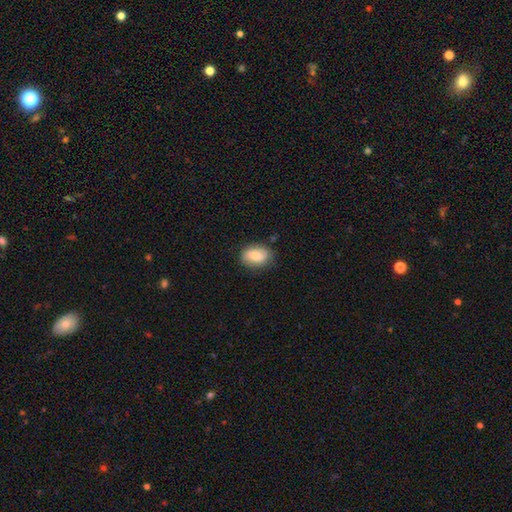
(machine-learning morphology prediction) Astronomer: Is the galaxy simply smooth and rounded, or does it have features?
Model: smooth — 73%.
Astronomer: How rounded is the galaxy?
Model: in between — 76%.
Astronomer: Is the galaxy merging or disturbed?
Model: none — 79%.